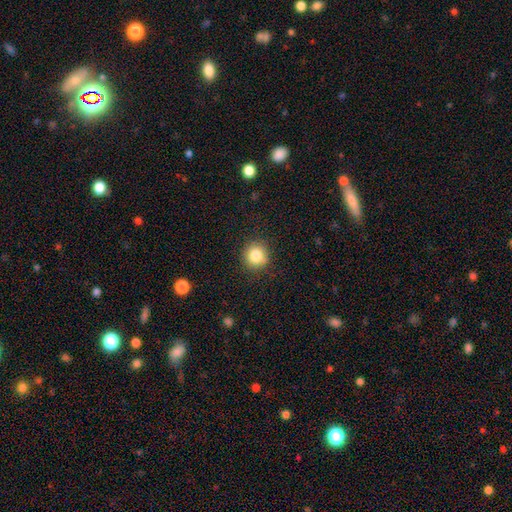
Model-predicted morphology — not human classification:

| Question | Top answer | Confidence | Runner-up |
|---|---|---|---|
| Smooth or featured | smooth | 83% | star or artifact (10%) |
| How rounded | round | 91% | in between (8%) |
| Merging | none | 88% | minor disturbance (9%) |